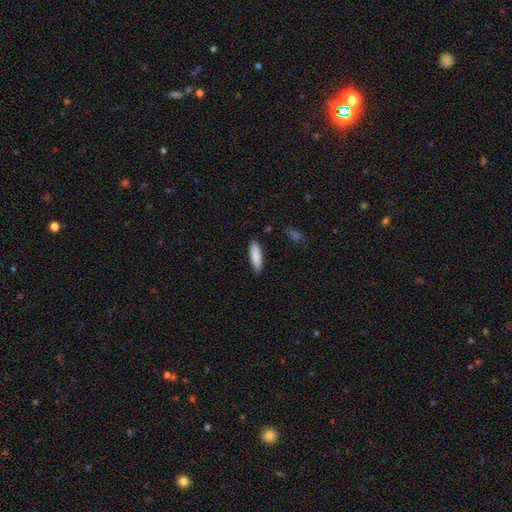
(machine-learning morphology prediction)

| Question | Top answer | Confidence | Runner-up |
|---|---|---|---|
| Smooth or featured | smooth | 89% | featured or disk (6%) |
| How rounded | cigar-shaped | 53% | in between (45%) |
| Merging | none | 89% | minor disturbance (8%) |